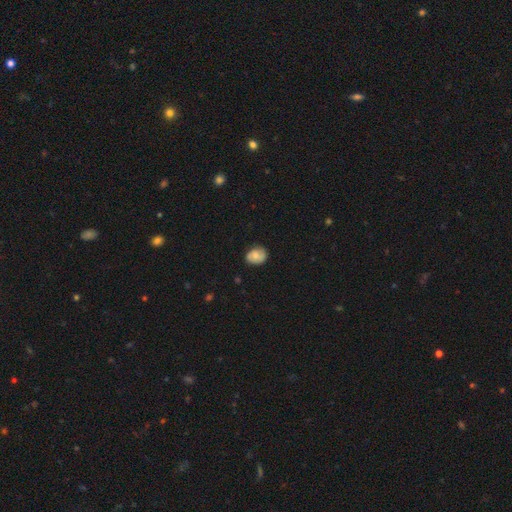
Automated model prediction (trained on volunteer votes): smooth_or_featured: smooth (p=0.64) [alt: featured or disk p=0.29]
how_rounded: in between (p=0.58) [alt: round p=0.41]
merging: none (p=0.79) [alt: minor disturbance p=0.17]